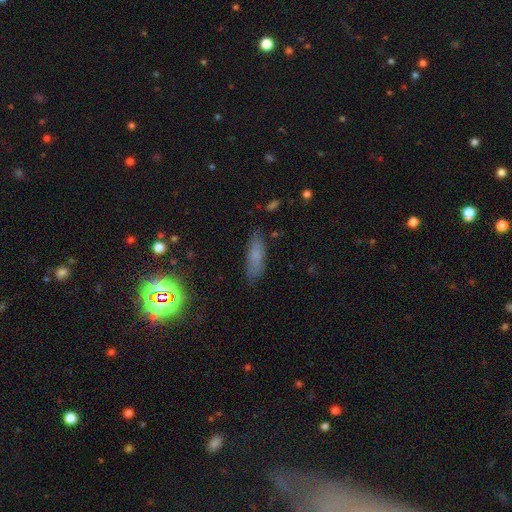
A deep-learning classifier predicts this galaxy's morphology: A smooth galaxy with no disk features (71%) that is in between round and cigar-shaped (54%).

Vote fractions:
- Smooth or featured? smooth: 71% / star or artifact: 15% / featured or disk: 14%
- How rounded? in between: 54% / cigar-shaped: 43% / round: 3%
- Merging? none: 80% / minor disturbance: 15% / major disturbance: 4% / merger: 2%